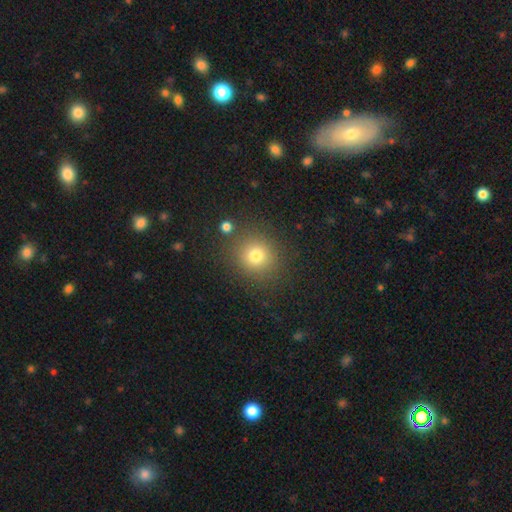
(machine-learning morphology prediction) smooth-or-featured: smooth: 76% | star or artifact: 16% | featured or disk: 9%
  how-rounded: round: 89% | in between: 10% | cigar-shaped: 1%
  merging: none: 85% | minor disturbance: 8% | major disturbance: 4% | merger: 3%